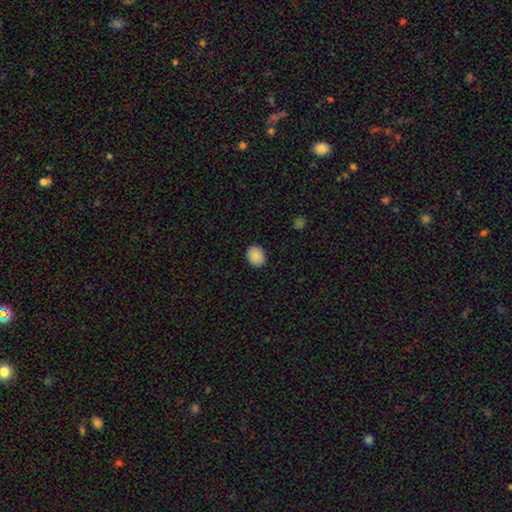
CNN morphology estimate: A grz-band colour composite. It shows a smooth galaxy with no disk features (89%) that is round (58%). Merging: none (90%).